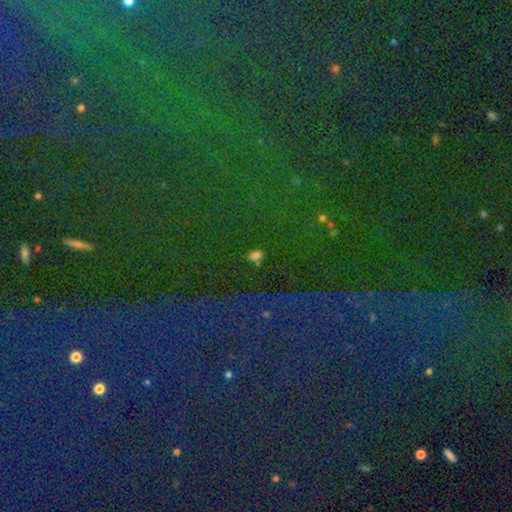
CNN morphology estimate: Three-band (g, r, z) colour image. It shows a smooth galaxy with no disk features (55%) that is in between round and cigar-shaped (65%). Merging: none (80%).